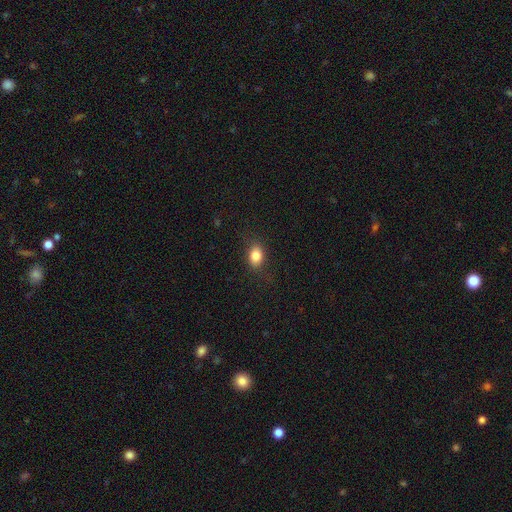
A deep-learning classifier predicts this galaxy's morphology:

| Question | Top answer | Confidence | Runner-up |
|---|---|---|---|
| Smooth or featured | smooth | 84% | star or artifact (10%) |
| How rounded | in between | 70% | round (28%) |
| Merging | none | 82% | minor disturbance (13%) |